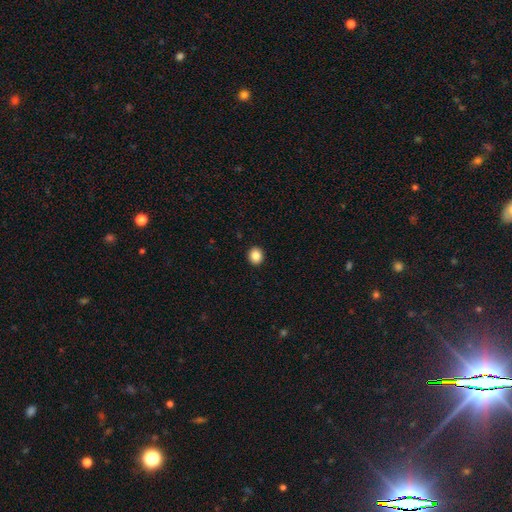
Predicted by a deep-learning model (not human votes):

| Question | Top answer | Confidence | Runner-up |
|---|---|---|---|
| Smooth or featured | smooth | 86% | star or artifact (9%) |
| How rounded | round | 84% | in between (15%) |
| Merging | none | 93% | minor disturbance (4%) |